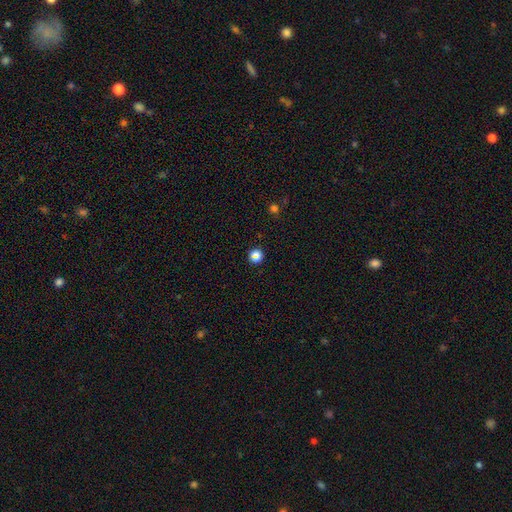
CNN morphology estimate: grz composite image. It shows a smooth galaxy with no disk features (84%) that is round (94%). Merging: none (88%).